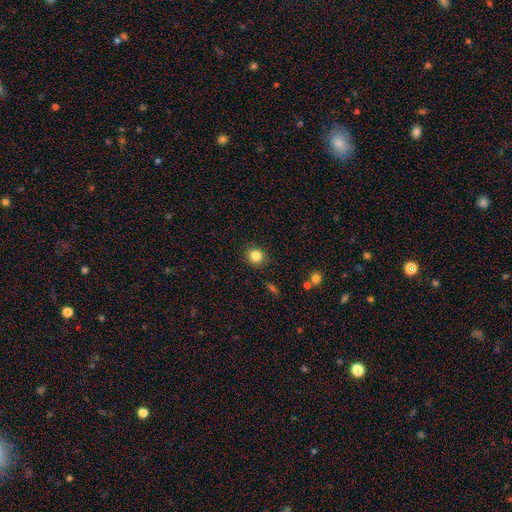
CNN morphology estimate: A smooth galaxy with no disk features (83%) that is round (82%). Merging: none (90%).